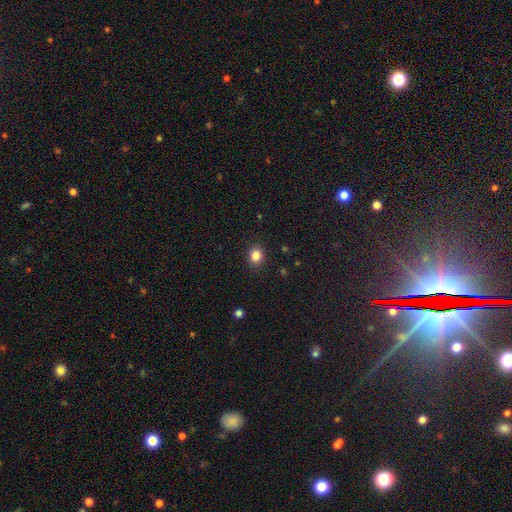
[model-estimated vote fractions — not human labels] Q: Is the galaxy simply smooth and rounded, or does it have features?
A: smooth — 84%.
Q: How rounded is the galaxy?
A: round — 69%.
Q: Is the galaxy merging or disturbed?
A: none — 90%.